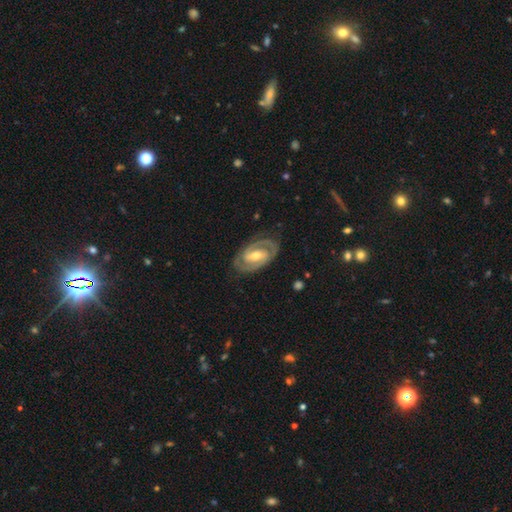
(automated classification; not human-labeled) smooth_or_featured: featured or disk (p=0.88) [alt: smooth p=0.08]
disk_edge_on: no (p=0.96) [alt: yes p=0.04]
bar: weak (p=0.45) [alt: strong p=0.33]
has_spiral_arms: yes (p=0.95) [alt: no p=0.05]
spiral_winding: tight (p=0.58) [alt: medium p=0.36]
spiral_arm_count: 2 (p=0.90) [alt: can't tell p=0.05]
bulge_size: moderate (p=0.64) [alt: small p=0.30]
merging: none (p=0.83) [alt: minor disturbance p=0.12]